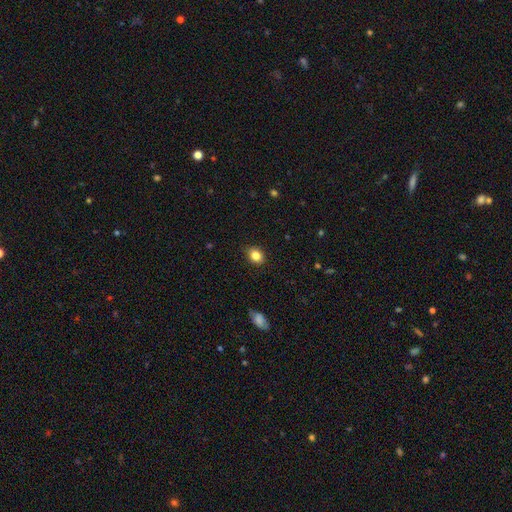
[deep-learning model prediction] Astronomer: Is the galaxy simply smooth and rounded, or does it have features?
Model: smooth — 84%.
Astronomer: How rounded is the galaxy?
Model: in between — 53% (runner-up: round, 46%).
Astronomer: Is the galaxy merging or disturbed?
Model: none — 85%.